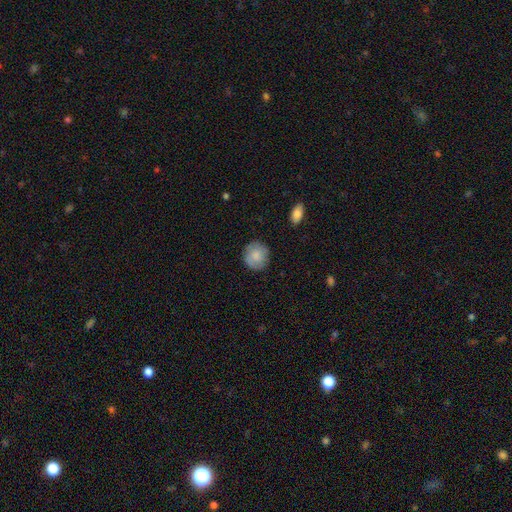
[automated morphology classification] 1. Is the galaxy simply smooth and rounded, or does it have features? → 74% smooth, 20% featured or disk, 7% star or artifact.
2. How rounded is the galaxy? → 88% round, 11% in between, 1% cigar-shaped.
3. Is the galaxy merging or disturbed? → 83% none, 13% minor disturbance, 3% major disturbance, 1% merger.